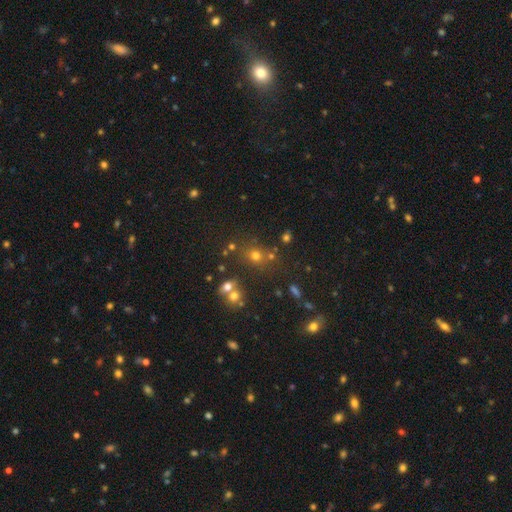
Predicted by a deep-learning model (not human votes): Smooth or featured? Predicted: smooth (p=0.63). How rounded? Predicted: round (p=0.79). Merging? Predicted: none (p=0.70).